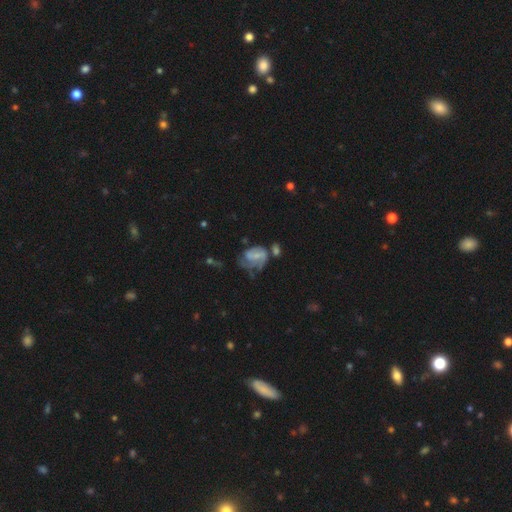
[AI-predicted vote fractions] A featured or disk galaxy (68%) with a weak bar (45%), 2 (43%) medium (41%) spiral arms (80%) and a small central bulge (50%). Merging: major disturbance (36%).